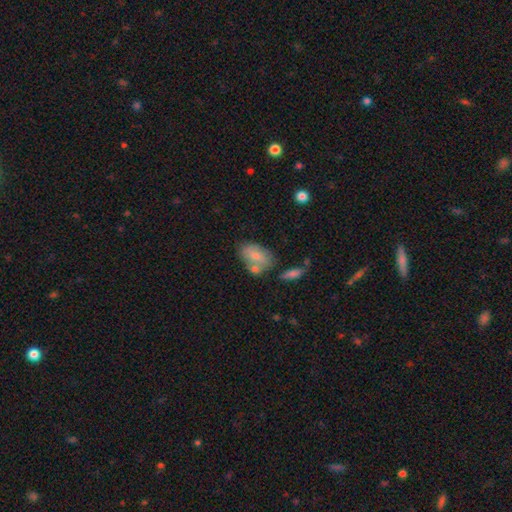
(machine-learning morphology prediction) smooth 74%, featured or disk 18%, star or artifact 7%. Down the decision tree: how rounded — in between (88%); merging — none (49%).